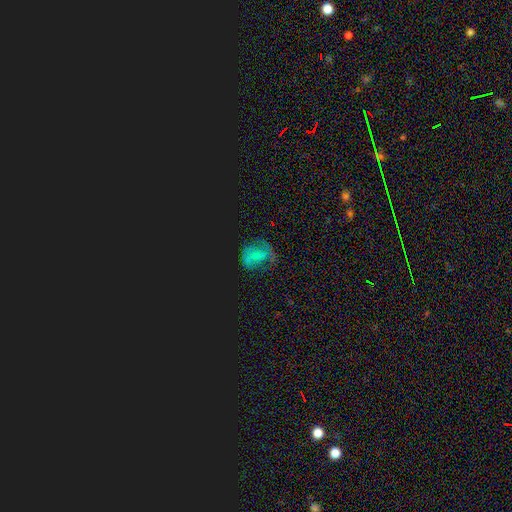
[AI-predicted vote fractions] This appears to be a star or artifact, not a galaxy (50%).